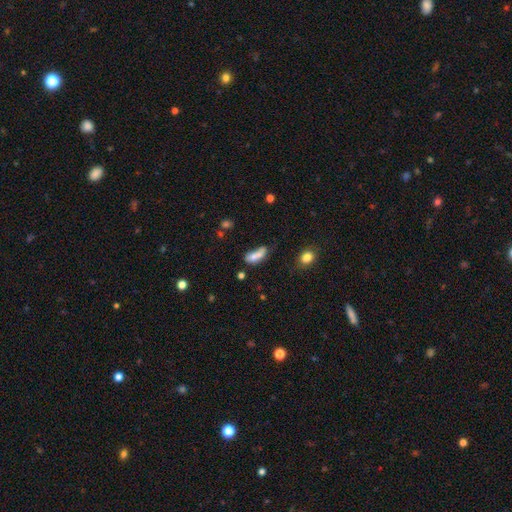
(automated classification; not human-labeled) smooth_or_featured: smooth (p=0.68) [alt: featured or disk p=0.22]
how_rounded: in between (p=0.74) [alt: cigar-shaped p=0.19]
merging: merger (p=0.36) [alt: none p=0.29]